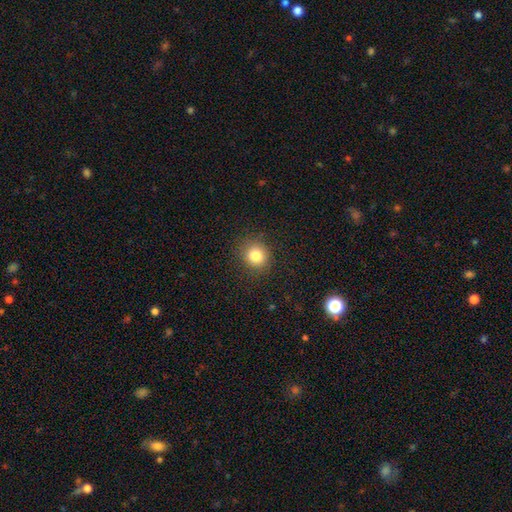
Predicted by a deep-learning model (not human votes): smooth_or_featured: smooth (p=0.82) [alt: star or artifact p=0.12]
how_rounded: round (p=0.86) [alt: in between p=0.13]
merging: none (p=0.88) [alt: minor disturbance p=0.08]